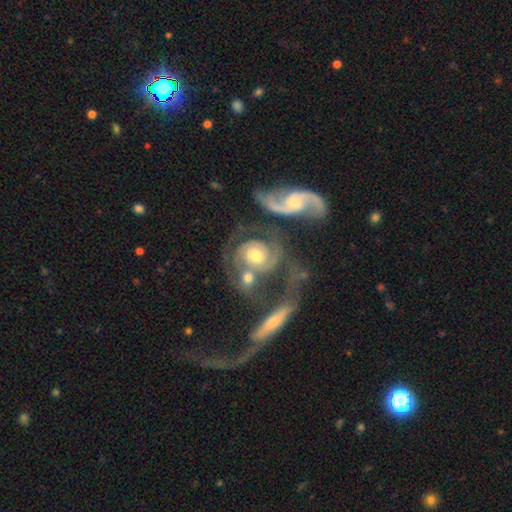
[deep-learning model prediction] This is likely a featured or disk galaxy (80%). It is clearly not viewed edge-on (95%). Bar: likely no (66%). Spiral arm pattern: clearly yes (93%). Spiral arm count: clearly 2 (82%). Spiral winding: marginally medium (42%). Central bulge: possibly moderate (58%). Merging: possibly merger (47%).